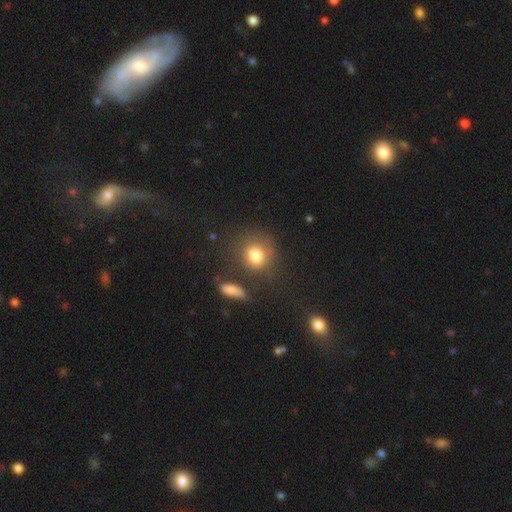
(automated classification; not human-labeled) A smooth galaxy with no disk features (80%) that is round (77%). Merging: none (67%).